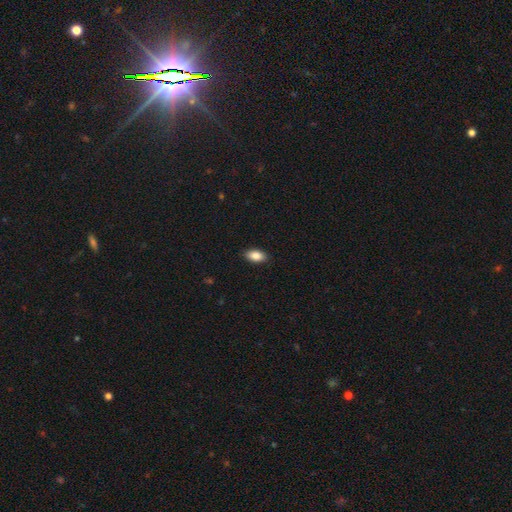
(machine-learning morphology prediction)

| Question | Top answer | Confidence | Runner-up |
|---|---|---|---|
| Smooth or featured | smooth | 87% | star or artifact (7%) |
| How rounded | in between | 91% | round (5%) |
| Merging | none | 88% | minor disturbance (9%) |